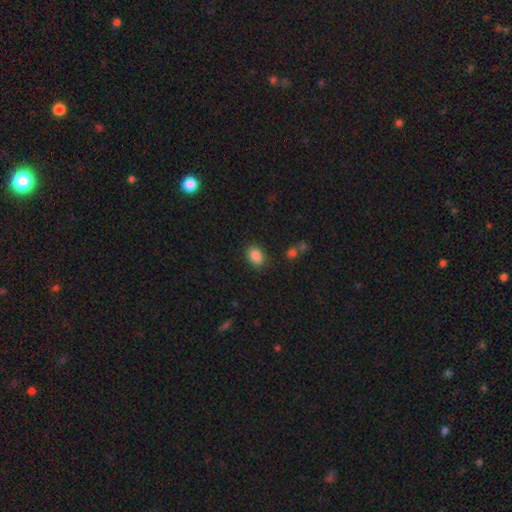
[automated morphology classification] smooth_or_featured: smooth (p=0.87) [alt: star or artifact p=0.09]
how_rounded: in between (p=0.80) [alt: round p=0.18]
merging: none (p=0.85) [alt: minor disturbance p=0.10]